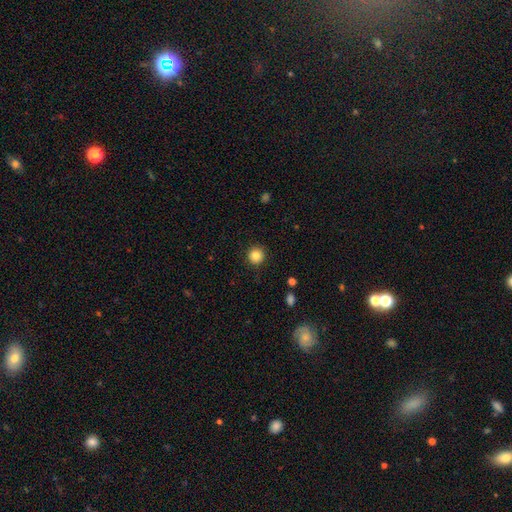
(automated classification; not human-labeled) smooth-or-featured: smooth: 84% | star or artifact: 11% | featured or disk: 5%
  how-rounded: round: 95% | in between: 4% | cigar-shaped: 1%
  merging: none: 91% | minor disturbance: 6% | major disturbance: 2% | merger: 1%